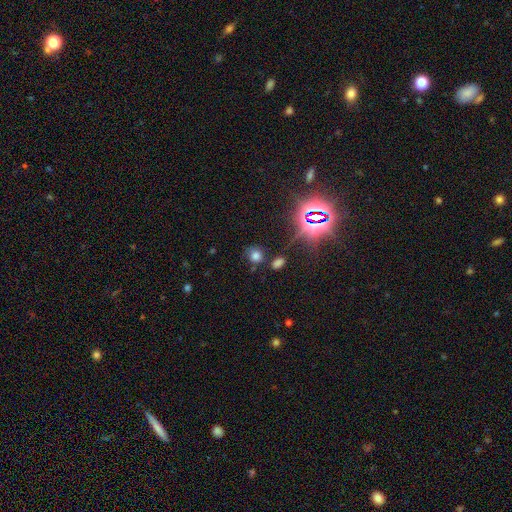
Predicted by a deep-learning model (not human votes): This is likely a smooth galaxy (64%). How rounded: likely round (71%). Merging: likely none (71%).